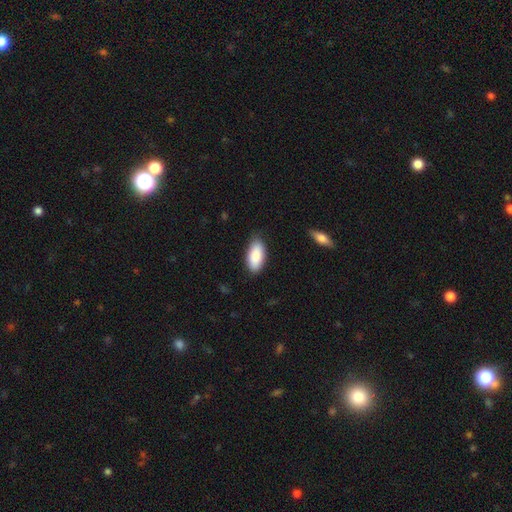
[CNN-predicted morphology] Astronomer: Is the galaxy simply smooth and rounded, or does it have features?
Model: smooth — 87%.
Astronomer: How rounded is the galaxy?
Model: in between — 91%.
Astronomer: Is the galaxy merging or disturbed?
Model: none — 81%.